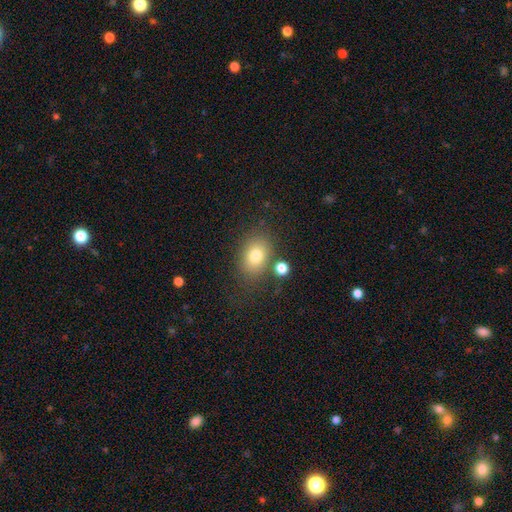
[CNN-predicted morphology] Q: Smooth or featured?
A: smooth (78%); runner-up: featured or disk (11%)
Q: How rounded?
A: in between (72%); runner-up: round (26%)
Q: Merging?
A: none (73%); runner-up: minor disturbance (14%)